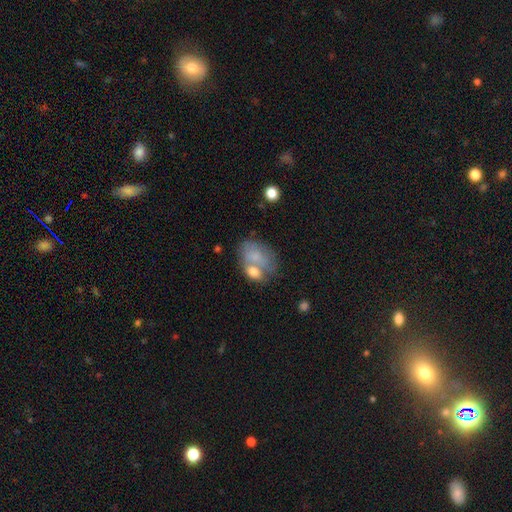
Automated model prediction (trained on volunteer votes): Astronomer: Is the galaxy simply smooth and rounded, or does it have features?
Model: smooth — 68%.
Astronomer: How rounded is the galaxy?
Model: in between — 78%.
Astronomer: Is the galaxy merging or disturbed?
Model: merger — 43% (runner-up: none, 30%).